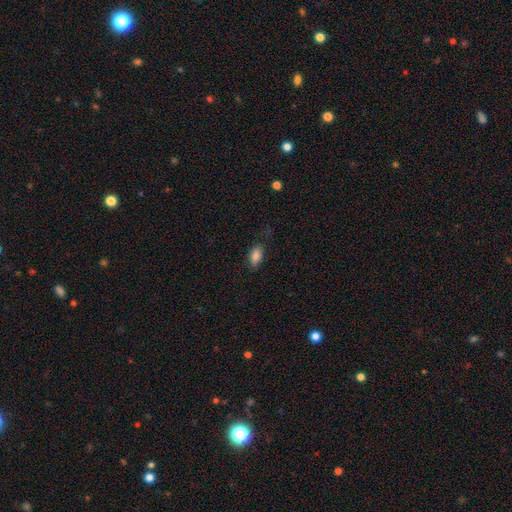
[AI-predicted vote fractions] A smooth galaxy with no disk features (85%) that is in between round and cigar-shaped (90%). Merging: none (70%).